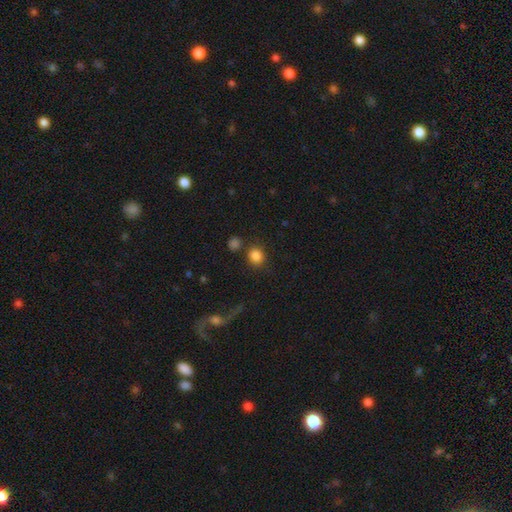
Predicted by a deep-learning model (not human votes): Smooth or featured? smooth (85%)
How rounded? round (77%)
Merging? none (77%)